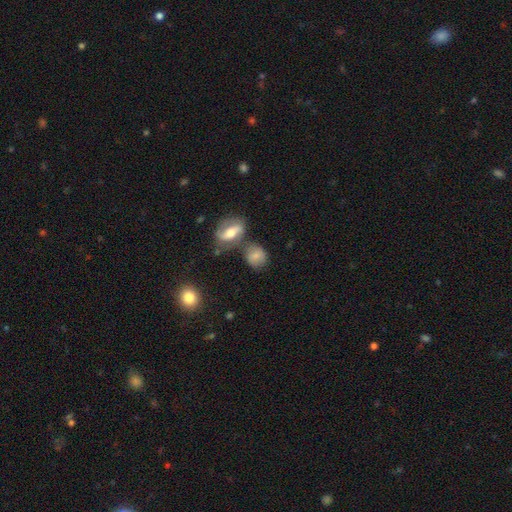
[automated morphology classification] Q: Smooth or featured?
A: smooth (68%); runner-up: featured or disk (23%)
Q: How rounded?
A: round (53%); runner-up: in between (45%)
Q: Merging?
A: none (51%); runner-up: merger (27%)